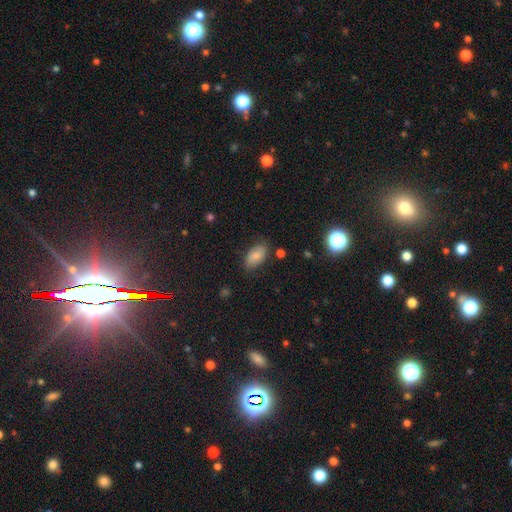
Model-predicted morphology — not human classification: Q: Smooth or featured?
A: smooth (79%); runner-up: featured or disk (12%)
Q: How rounded?
A: in between (93%); runner-up: round (5%)
Q: Merging?
A: none (78%); runner-up: minor disturbance (16%)